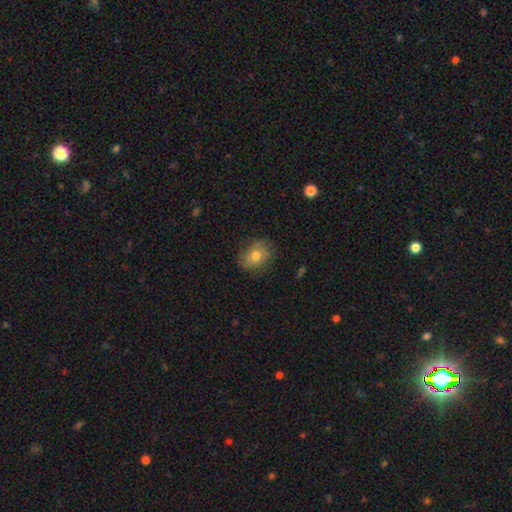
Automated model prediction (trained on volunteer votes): Smooth or featured?
  - smooth: 61% *
  - featured or disk: 31%
  - star or artifact: 9%
How rounded?
  - in between: 64% *
  - round: 35%
  - cigar-shaped: 1%
Merging?
  - none: 75% *
  - minor disturbance: 19%
  - major disturbance: 5%
  - merger: 1%